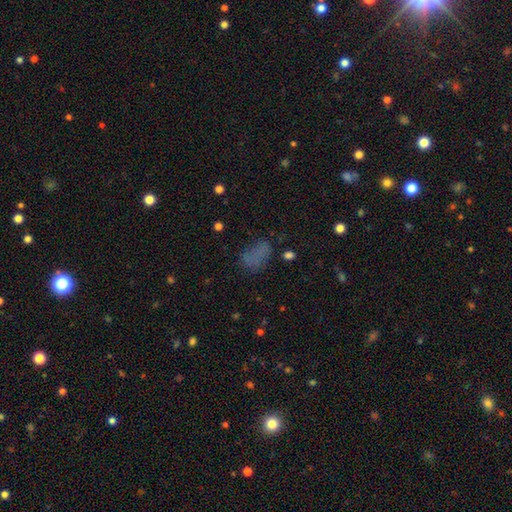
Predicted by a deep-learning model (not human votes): This is likely a smooth galaxy (63%). How rounded: clearly in between (85%). Merging: possibly none (53%).